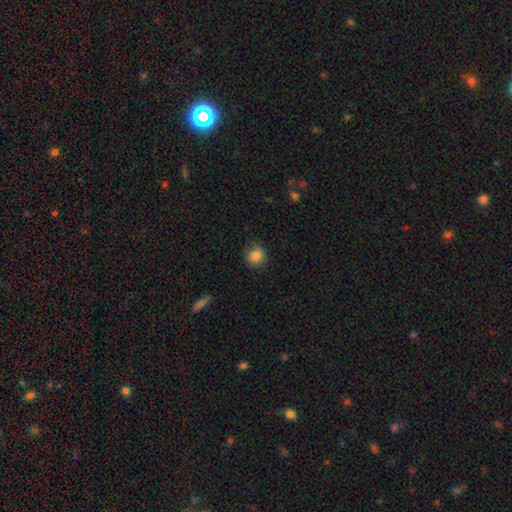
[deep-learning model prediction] A smooth galaxy with no disk features (85%) that is round (90%).

Vote fractions:
- Smooth or featured? smooth: 85% / star or artifact: 10% / featured or disk: 5%
- How rounded? round: 90% / in between: 9% / cigar-shaped: 1%
- Merging? none: 85% / minor disturbance: 11% / major disturbance: 3% / merger: 1%